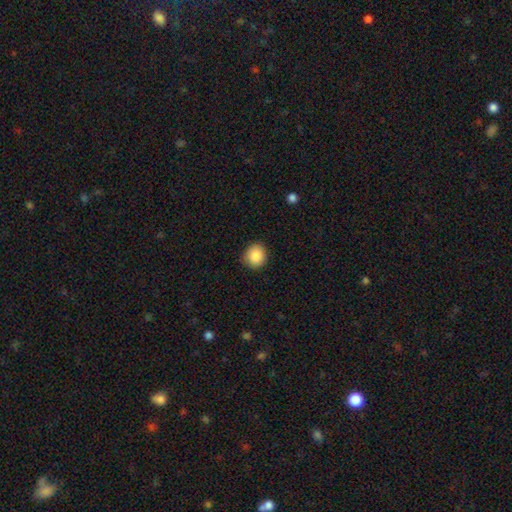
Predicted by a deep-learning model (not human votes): Overall: smooth (87%). How rounded: round (86%). Merging: none (88%).